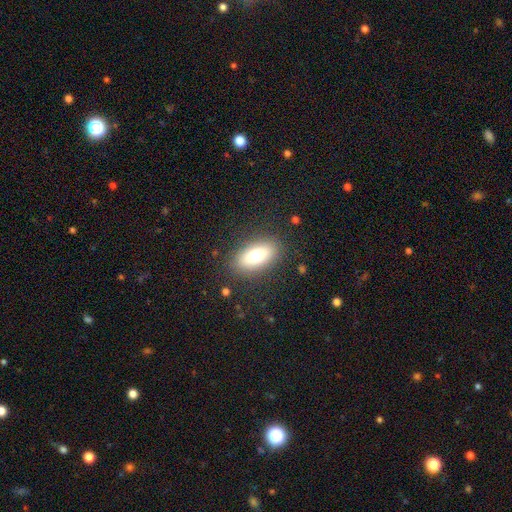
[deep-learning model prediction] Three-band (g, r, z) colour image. It shows a smooth galaxy with no disk features (75%) that is in between round and cigar-shaped (86%). Merging: none (85%).